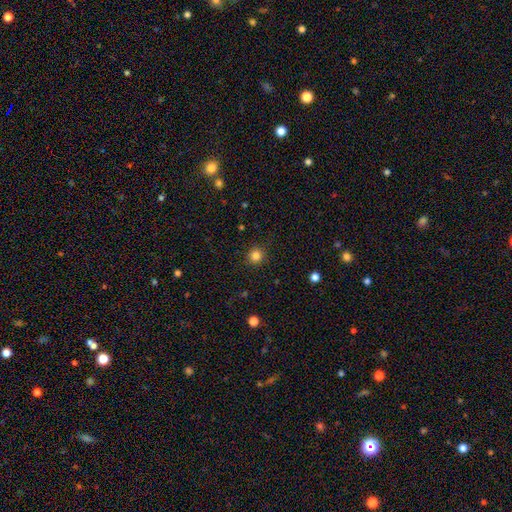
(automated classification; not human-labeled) A smooth galaxy with no disk features (84%) that is round (92%).

Vote fractions:
- Smooth or featured? smooth: 84% / star or artifact: 12% / featured or disk: 4%
- How rounded? round: 92% / in between: 7% / cigar-shaped: 1%
- Merging? none: 90% / minor disturbance: 7% / major disturbance: 2% / merger: 1%